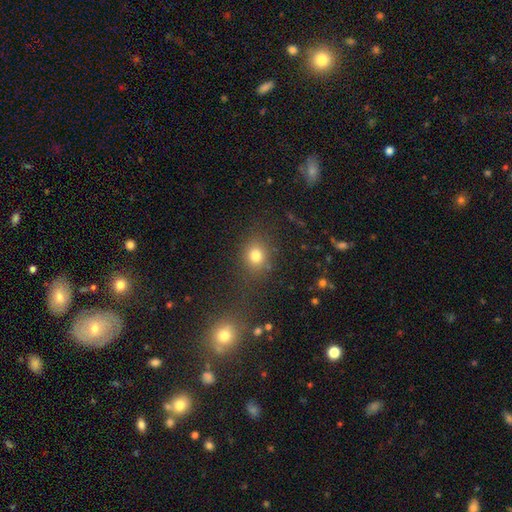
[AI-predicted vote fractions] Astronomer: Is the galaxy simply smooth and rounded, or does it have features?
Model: smooth — 77%.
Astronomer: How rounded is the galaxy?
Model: round — 66%.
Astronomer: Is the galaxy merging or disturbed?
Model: none — 76%.